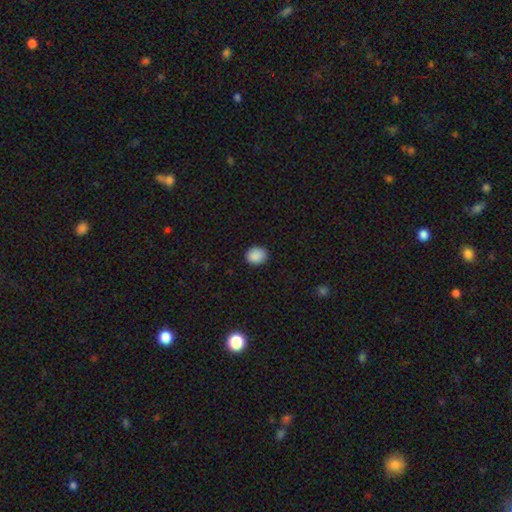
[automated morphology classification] Q: Smooth or featured?
A: smooth (89%); runner-up: star or artifact (8%)
Q: How rounded?
A: round (62%); runner-up: in between (37%)
Q: Merging?
A: none (88%); runner-up: minor disturbance (9%)